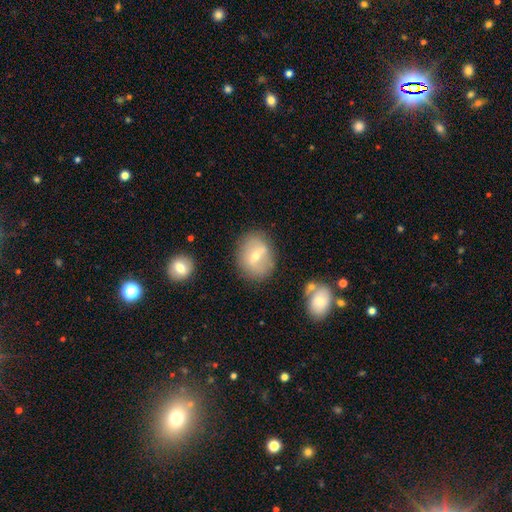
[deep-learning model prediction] smooth-or-featured: smooth: 50% | featured or disk: 41% | star or artifact: 9%
  how-rounded: round: 57% | in between: 41% | cigar-shaped: 1%
  merging: none: 74% | minor disturbance: 15% | merger: 5% | major disturbance: 5%